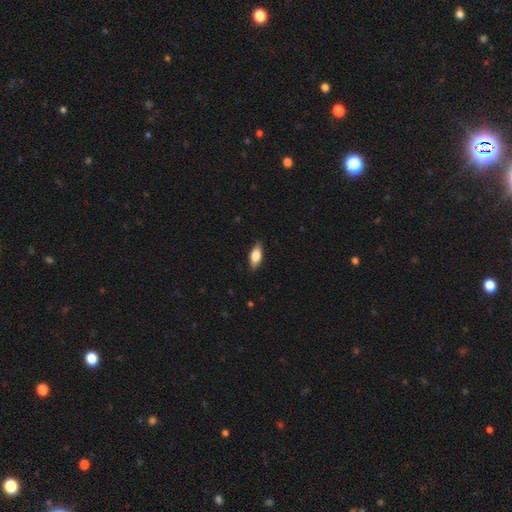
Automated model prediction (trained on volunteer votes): Smooth or featured? Predicted: smooth (p=0.75). How rounded? Predicted: in between (p=0.80). Merging? Predicted: none (p=0.86).